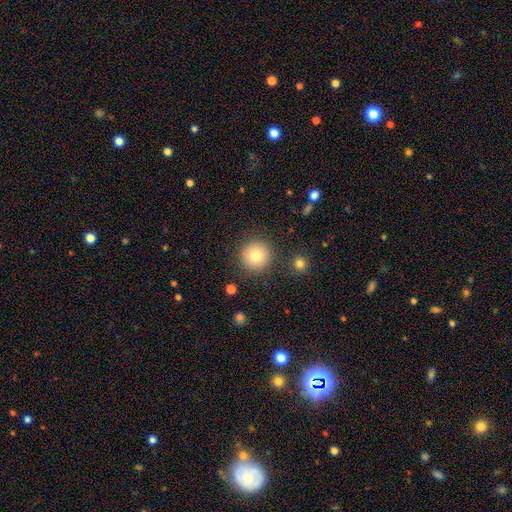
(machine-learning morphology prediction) Overall: smooth (80%). How rounded: round (95%). Merging: none (87%).